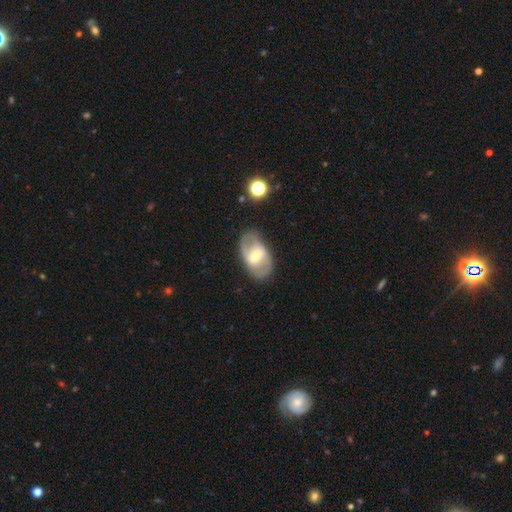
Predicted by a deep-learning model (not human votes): Smooth or featured: featured or disk — 69% (smooth — 25%)
Edge-on disk: no — 94% (yes — 6%)
Bar: weak — 42% (tied with strong — 42%)
Spiral arms: yes — 67% (no — 33%)
Bulge size: moderate — 55% (small — 35%)
Merging: none — 79% (minor disturbance — 13%)